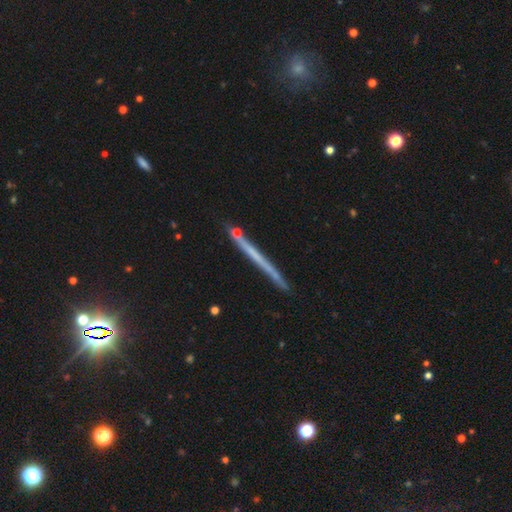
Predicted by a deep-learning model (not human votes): Smooth or featured? featured or disk (54%)
Edge-on disk? yes (97%)
Edge-on bulge? none (92%)
Merging? none (85%)